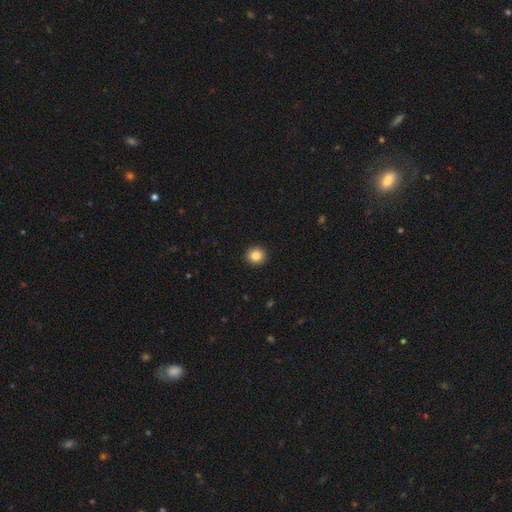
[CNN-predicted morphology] Q: Smooth or featured?
A: smooth (85%); runner-up: star or artifact (10%)
Q: How rounded?
A: round (91%); runner-up: in between (8%)
Q: Merging?
A: none (93%); runner-up: minor disturbance (4%)